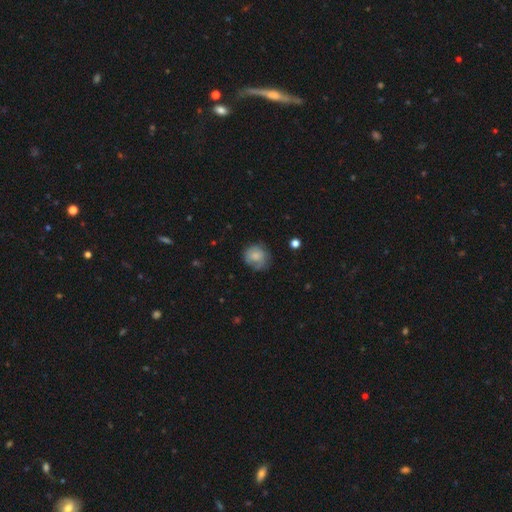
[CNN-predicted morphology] Smooth or featured? Predicted: smooth (p=0.74). How rounded? Predicted: round (p=0.82). Merging? Predicted: none (p=0.65).